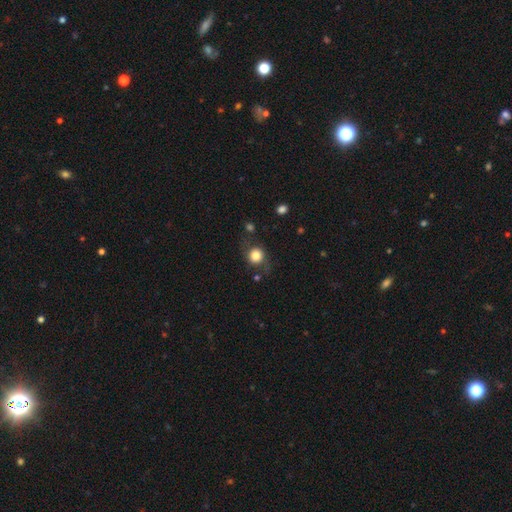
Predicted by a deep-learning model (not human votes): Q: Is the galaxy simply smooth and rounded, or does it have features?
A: smooth — 78%.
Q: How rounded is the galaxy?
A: round — 84%.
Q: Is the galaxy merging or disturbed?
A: none — 70%.